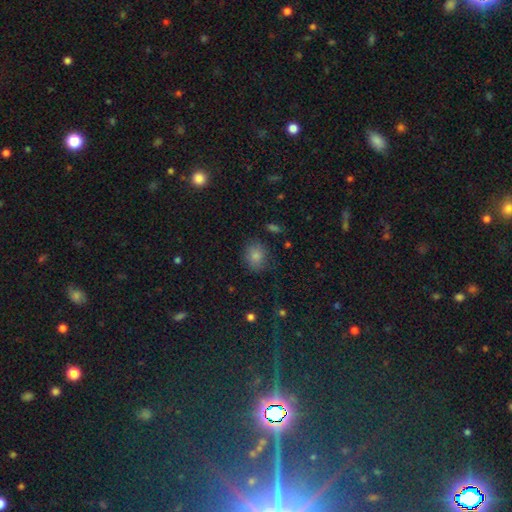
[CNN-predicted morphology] type=smooth (82%); roundness=round (58%); merging=none (77%).